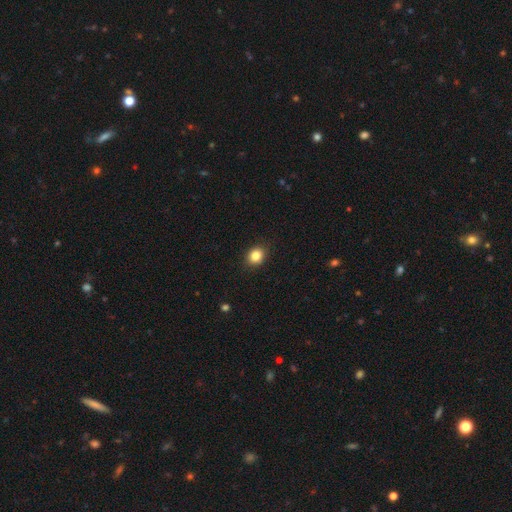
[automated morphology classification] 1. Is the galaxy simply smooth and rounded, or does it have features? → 84% smooth, 10% star or artifact, 6% featured or disk.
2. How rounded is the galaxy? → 68% round, 31% in between, 1% cigar-shaped.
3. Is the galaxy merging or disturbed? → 89% none, 8% minor disturbance, 2% major disturbance, 1% merger.